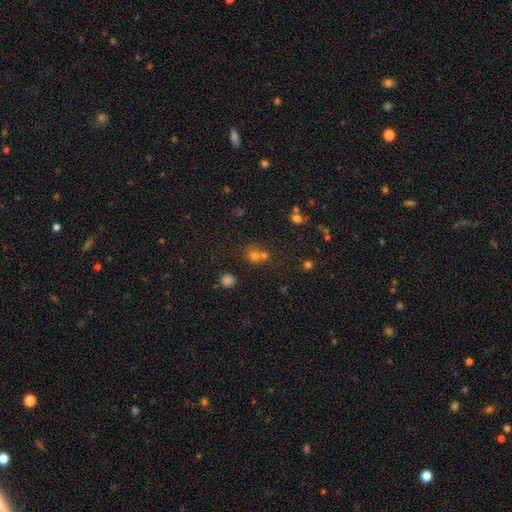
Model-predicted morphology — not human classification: This is possibly a smooth galaxy (58%). How rounded: clearly round (84%). Merging: possibly none (54%).